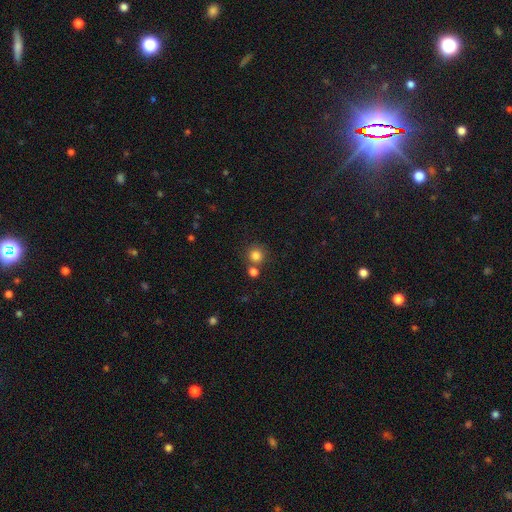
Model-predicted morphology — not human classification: Smooth or featured: smooth — 82% (star or artifact — 12%)
How rounded: round — 92% (in between — 7%)
Merging: none — 70% (merger — 19%)